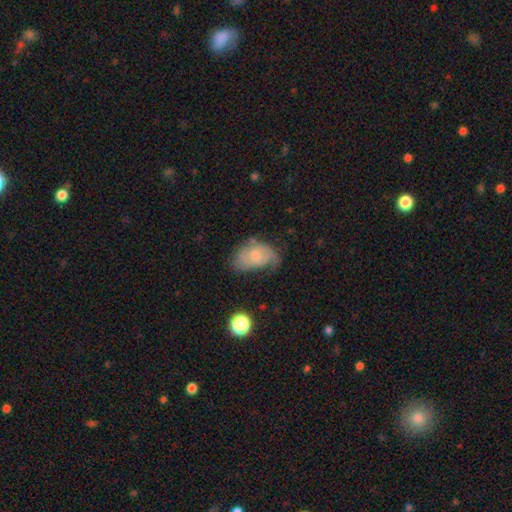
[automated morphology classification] Smooth or featured: featured or disk — 48% (smooth — 44%)
Merging: none — 37% (minor disturbance — 34%)